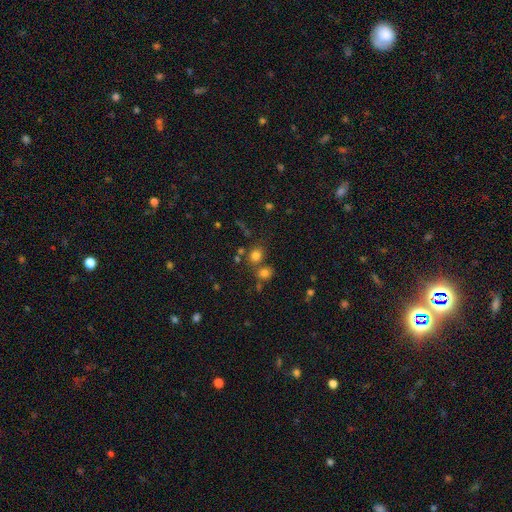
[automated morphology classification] This appears to be a smooth galaxy with no disk features (76%) that is round (78%). Merging: none (64%).